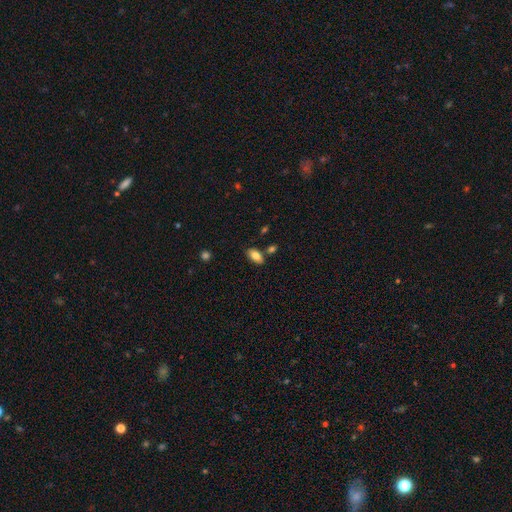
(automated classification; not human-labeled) Smooth or featured? Predicted: smooth (p=0.81). How rounded? Predicted: in between (p=0.92). Merging? Predicted: none (p=0.78).